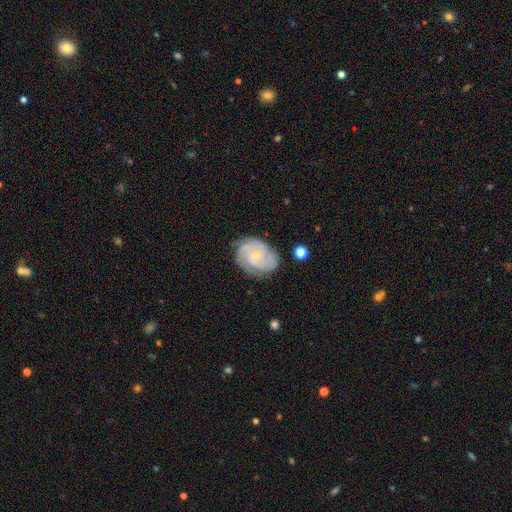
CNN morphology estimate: Smooth or featured? Predicted: featured or disk (p=0.82). Edge-on disk? Predicted: no (p=0.98). Bar? Predicted: no (p=0.70). Spiral arms? Predicted: yes (p=0.96). Spiral winding? Predicted: tight (p=0.63). Spiral arm count? Predicted: 3 (p=0.33). Bulge size? Predicted: small (p=0.79). Merging? Predicted: none (p=0.75).